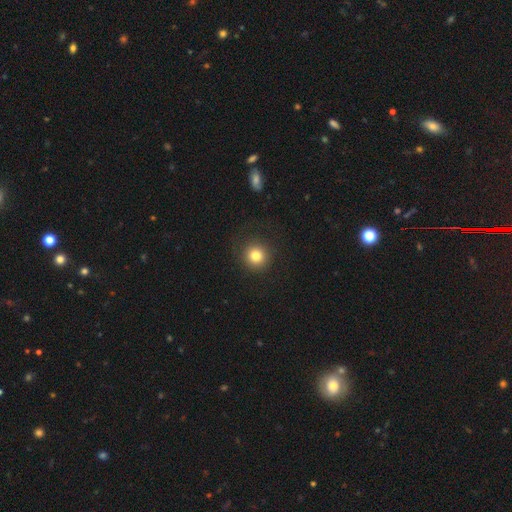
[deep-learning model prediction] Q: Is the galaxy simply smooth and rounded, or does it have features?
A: smooth — 81%.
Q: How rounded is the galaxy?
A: round — 94%.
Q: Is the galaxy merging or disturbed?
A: none — 88%.